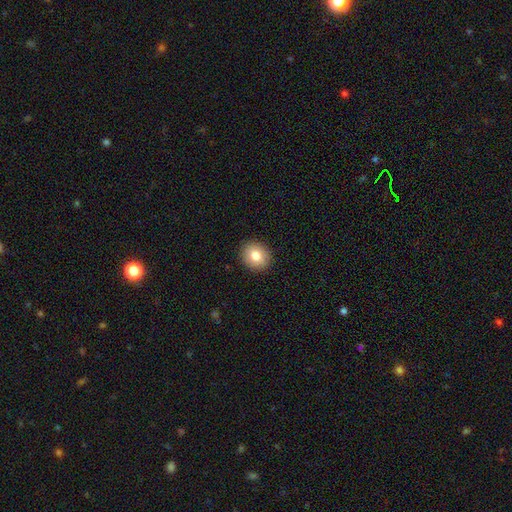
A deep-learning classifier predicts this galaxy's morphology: Smooth or featured? Predicted: smooth (p=0.81). How rounded? Predicted: round (p=0.74). Merging? Predicted: none (p=0.91).